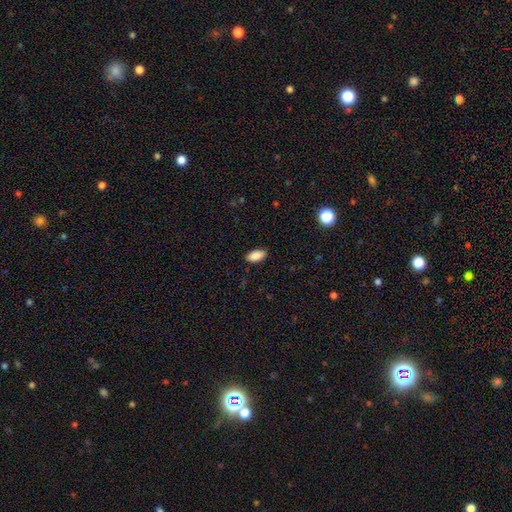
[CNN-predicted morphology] This is clearly a smooth galaxy (88%). How rounded: clearly in between (92%). Merging: clearly none (88%).